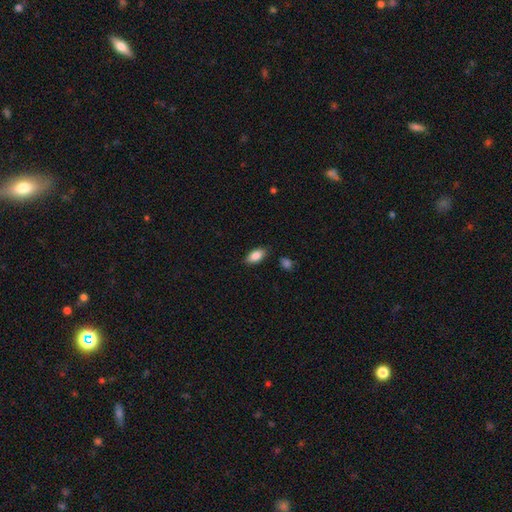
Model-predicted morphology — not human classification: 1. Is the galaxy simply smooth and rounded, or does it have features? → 86% smooth, 7% featured or disk, 7% star or artifact.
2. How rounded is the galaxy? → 91% in between, 6% cigar-shaped, 3% round.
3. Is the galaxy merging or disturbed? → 84% none, 12% minor disturbance, 2% major disturbance, 2% merger.